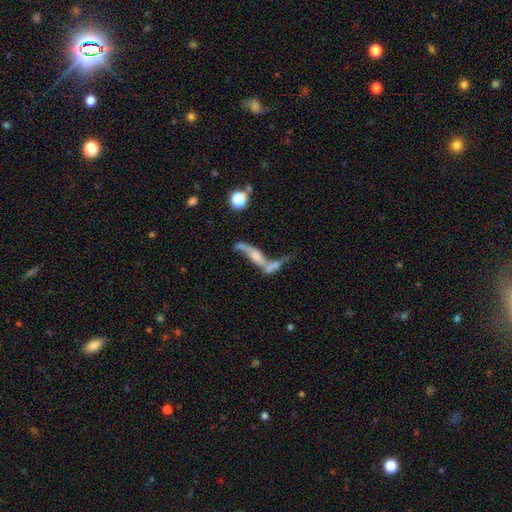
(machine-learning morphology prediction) Smooth or featured?
  - featured or disk: 64% *
  - smooth: 20%
  - star or artifact: 15%
Edge-on disk?
  - no: 62% *
  - yes: 38%
Merging?
  - merger: 45% *
  - none: 27%
  - major disturbance: 17%
  - minor disturbance: 11%